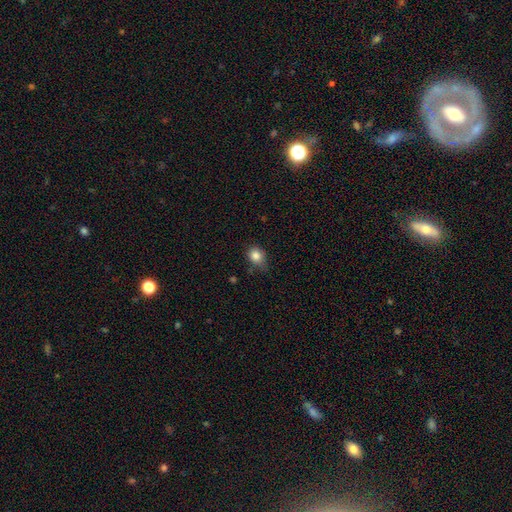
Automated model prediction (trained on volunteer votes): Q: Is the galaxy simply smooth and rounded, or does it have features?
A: smooth — 84%.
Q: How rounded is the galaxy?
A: round — 59%.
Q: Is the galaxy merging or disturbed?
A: none — 63%.